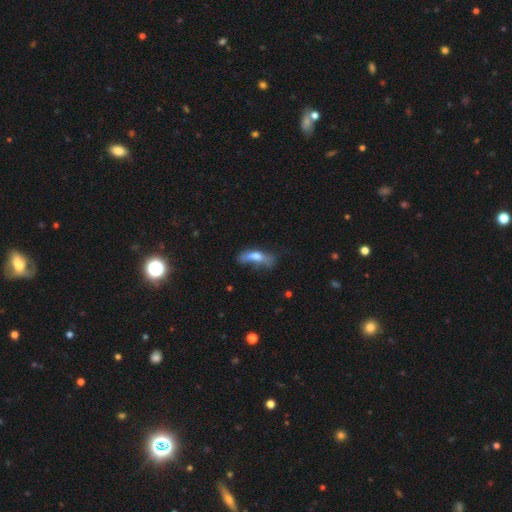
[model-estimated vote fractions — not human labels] A smooth galaxy with no disk features (57%) that is in between round and cigar-shaped (59%). Merging: major disturbance (34%).